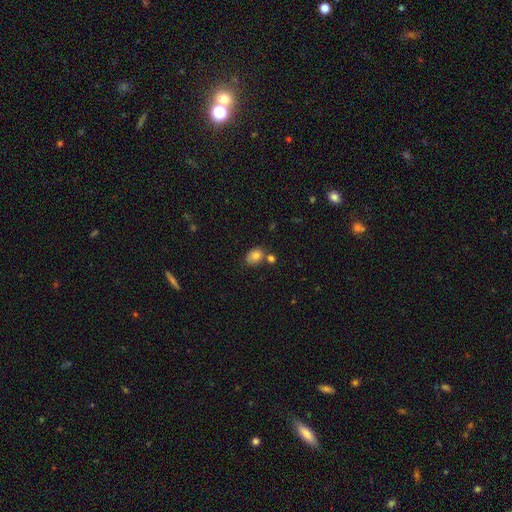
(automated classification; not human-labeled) smooth-or-featured: smooth: 81% | star or artifact: 10% | featured or disk: 9%
  how-rounded: in between: 65% | round: 34% | cigar-shaped: 1%
  merging: none: 63% | merger: 18% | minor disturbance: 15% | major disturbance: 4%